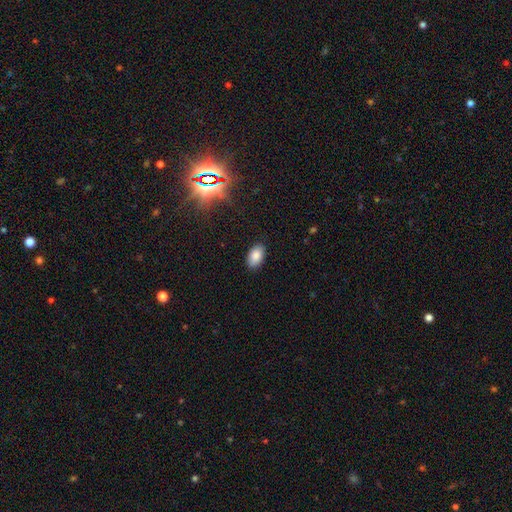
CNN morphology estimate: A smooth galaxy with no disk features (84%) that is in between round and cigar-shaped (93%).

Vote fractions:
- Smooth or featured? smooth: 84% / star or artifact: 9% / featured or disk: 6%
- How rounded? in between: 93% / round: 6% / cigar-shaped: 1%
- Merging? none: 88% / minor disturbance: 9% / major disturbance: 2% / merger: 1%